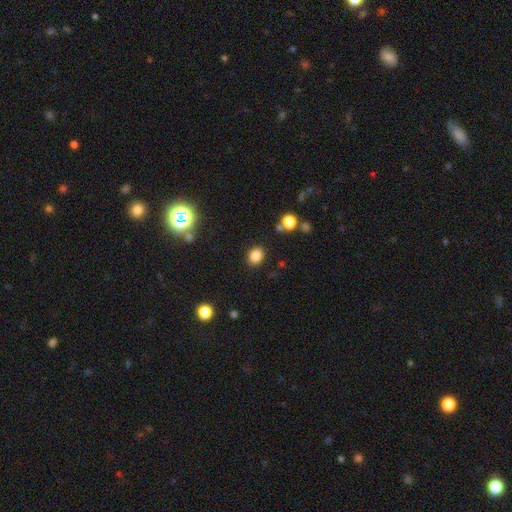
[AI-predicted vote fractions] Smooth or featured?
  - smooth: 83% *
  - star or artifact: 12%
  - featured or disk: 5%
How rounded?
  - round: 52% *
  - in between: 47%
  - cigar-shaped: 1%
Merging?
  - none: 87% *
  - minor disturbance: 8%
  - major disturbance: 3%
  - merger: 2%